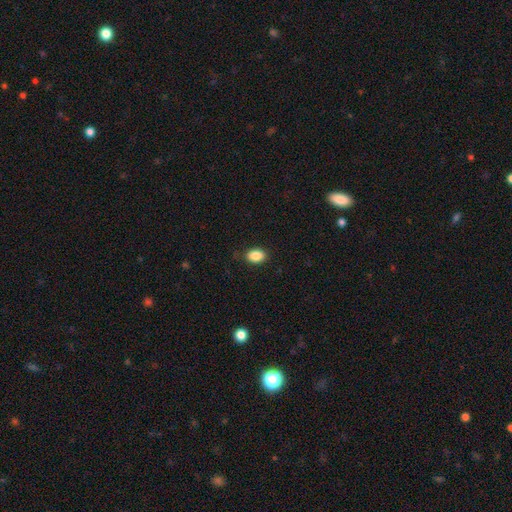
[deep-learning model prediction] smooth_or_featured: smooth (p=0.88) [alt: star or artifact p=0.08]
how_rounded: in between (p=0.83) [alt: round p=0.15]
merging: none (p=0.86) [alt: minor disturbance p=0.10]